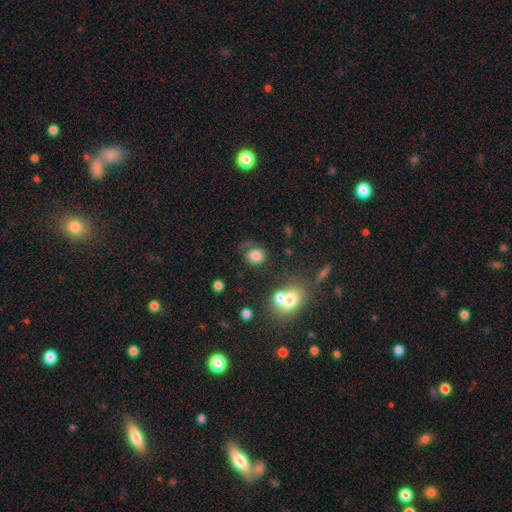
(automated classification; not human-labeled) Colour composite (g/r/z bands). It shows a smooth galaxy with no disk features (77%) that is round (66%). Merging: none (50%).